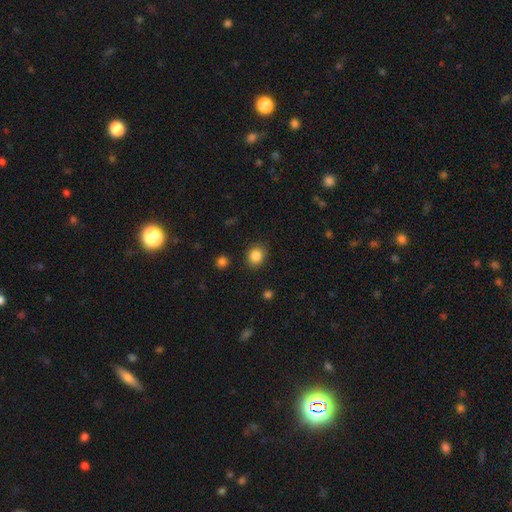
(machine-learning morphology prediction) Smooth or featured? Predicted: smooth (p=0.85). How rounded? Predicted: round (p=0.70). Merging? Predicted: none (p=0.85).